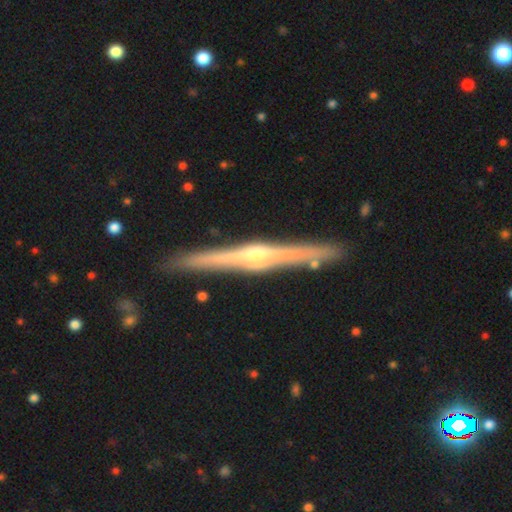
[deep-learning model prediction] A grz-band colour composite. It shows a featured or disk galaxy (85%) viewed edge-on (98%) with a rounded central bulge (80%). Merging: none (90%).